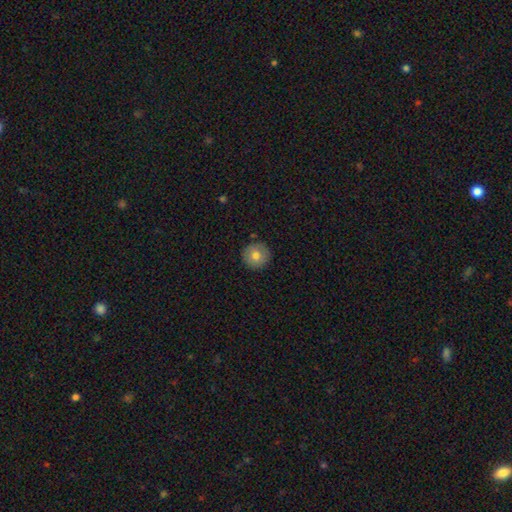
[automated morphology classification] Smooth or featured: smooth — 77% (featured or disk — 14%)
How rounded: round — 96% (in between — 3%)
Merging: none — 90% (minor disturbance — 7%)